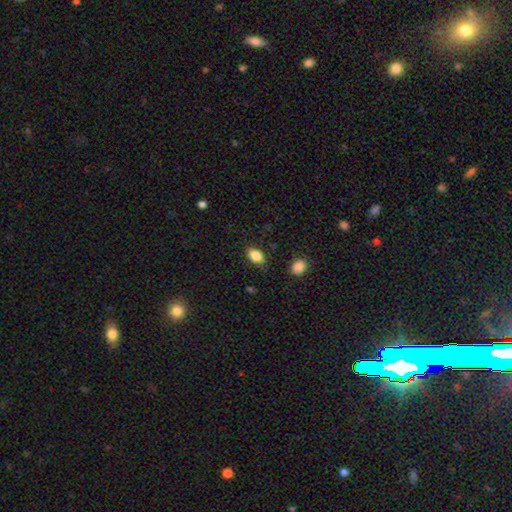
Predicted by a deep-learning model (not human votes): This is clearly a smooth galaxy (86%). How rounded: clearly in between (89%). Merging: clearly none (81%).